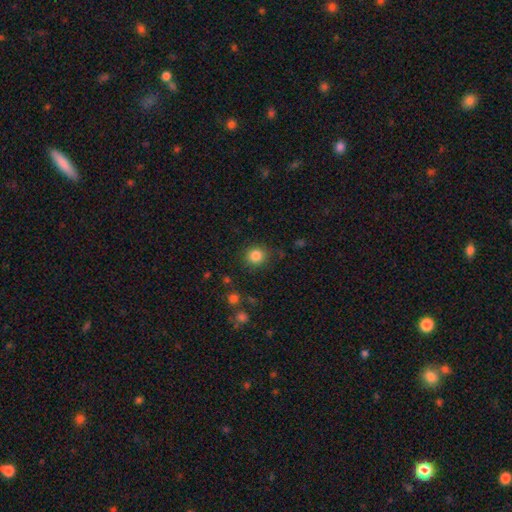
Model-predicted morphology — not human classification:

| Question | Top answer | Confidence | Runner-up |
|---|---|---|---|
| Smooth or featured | smooth | 85% | star or artifact (11%) |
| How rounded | round | 89% | in between (10%) |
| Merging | none | 87% | minor disturbance (9%) |